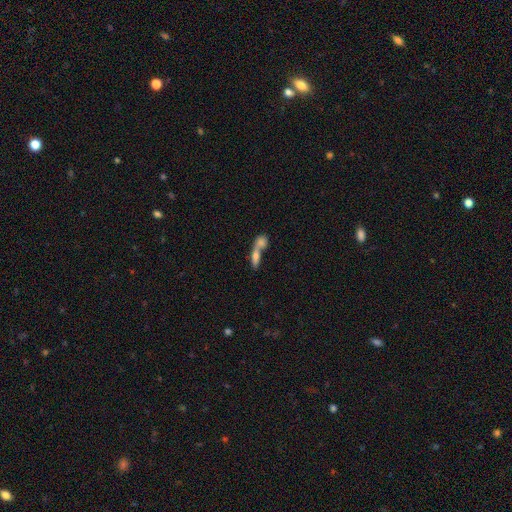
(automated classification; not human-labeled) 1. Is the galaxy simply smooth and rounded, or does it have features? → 70% smooth, 22% featured or disk, 8% star or artifact.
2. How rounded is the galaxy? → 54% in between, 35% cigar-shaped, 12% round.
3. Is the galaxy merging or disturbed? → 70% merger, 21% none, 6% minor disturbance, 4% major disturbance.